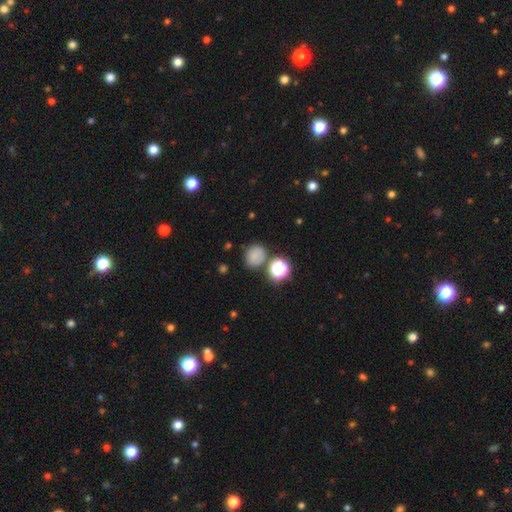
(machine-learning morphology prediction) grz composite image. It shows a smooth galaxy with no disk features (73%) that is round (68%). Merging: none (70%).